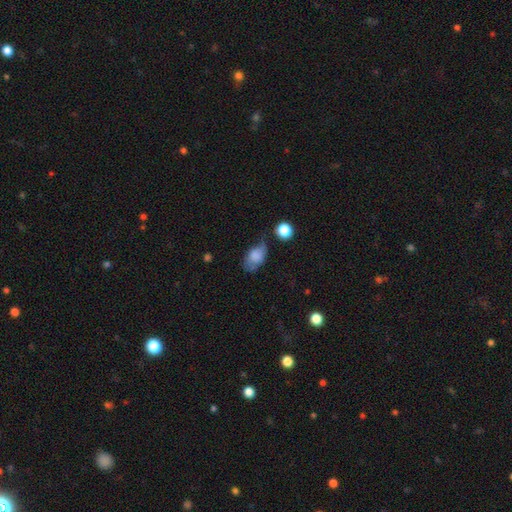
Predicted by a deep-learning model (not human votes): smooth-or-featured: smooth: 74% | featured or disk: 17% | star or artifact: 9%
  how-rounded: in between: 86% | round: 12% | cigar-shaped: 2%
  merging: none: 38% | minor disturbance: 37% | major disturbance: 20% | merger: 6%